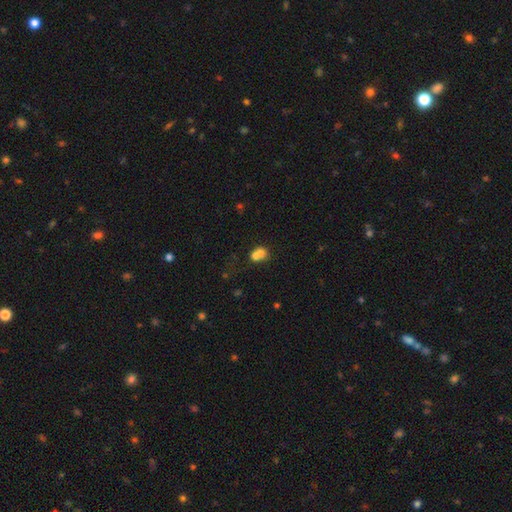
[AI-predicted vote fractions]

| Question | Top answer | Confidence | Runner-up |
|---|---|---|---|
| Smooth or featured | smooth | 71% | featured or disk (17%) |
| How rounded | in between | 55% | round (44%) |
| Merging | merger | 61% | none (24%) |